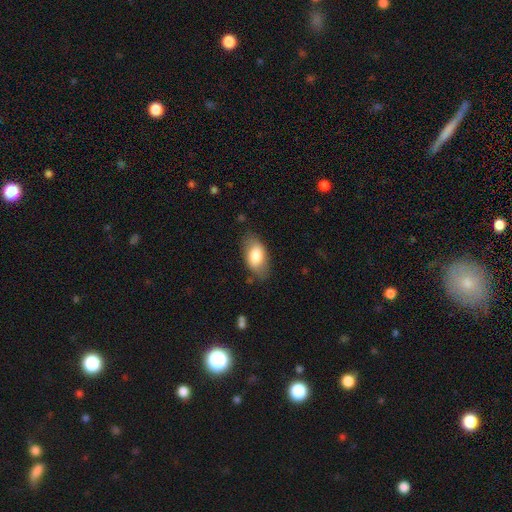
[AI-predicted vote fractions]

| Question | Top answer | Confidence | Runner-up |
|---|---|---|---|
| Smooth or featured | smooth | 79% | featured or disk (15%) |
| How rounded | in between | 93% | round (4%) |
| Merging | none | 76% | minor disturbance (18%) |